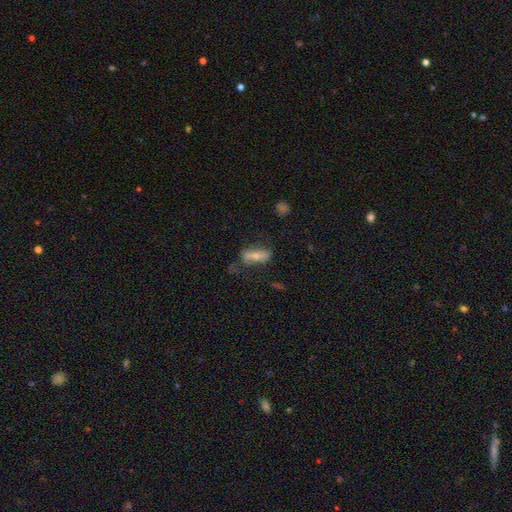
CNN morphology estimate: A smooth galaxy with no disk features (53%) that is in between round and cigar-shaped (62%). Merging: none (60%).